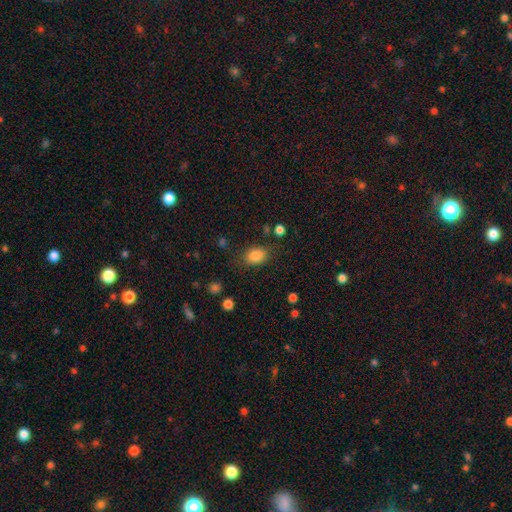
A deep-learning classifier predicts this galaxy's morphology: smooth 85%, star or artifact 10%, featured or disk 6%. Down the decision tree: how rounded — in between (73%); merging — none (78%).